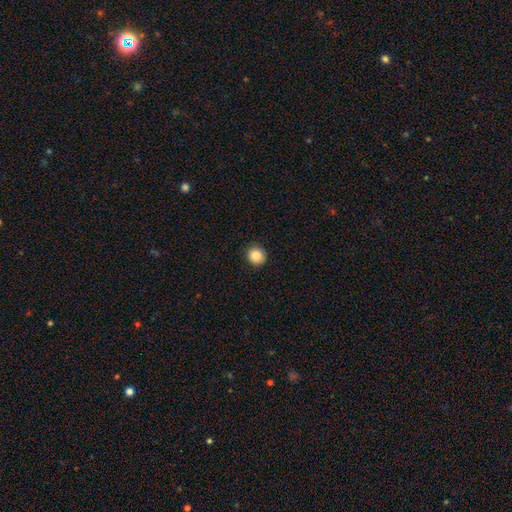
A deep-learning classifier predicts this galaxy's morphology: Smooth or featured? Predicted: smooth (p=0.86). How rounded? Predicted: round (p=0.90). Merging? Predicted: none (p=0.91).